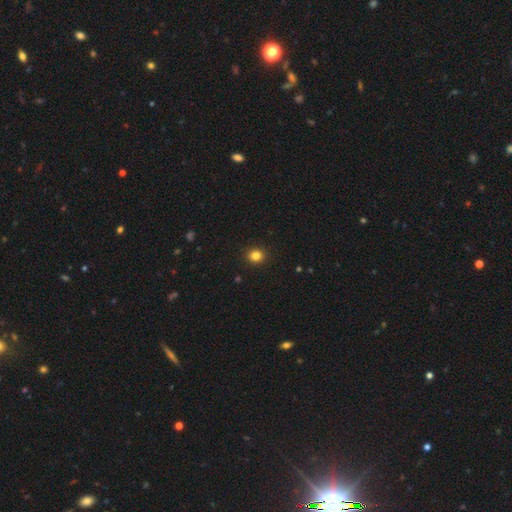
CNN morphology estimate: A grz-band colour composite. It shows a smooth galaxy with no disk features (84%) that is round (81%). Merging: none (92%).